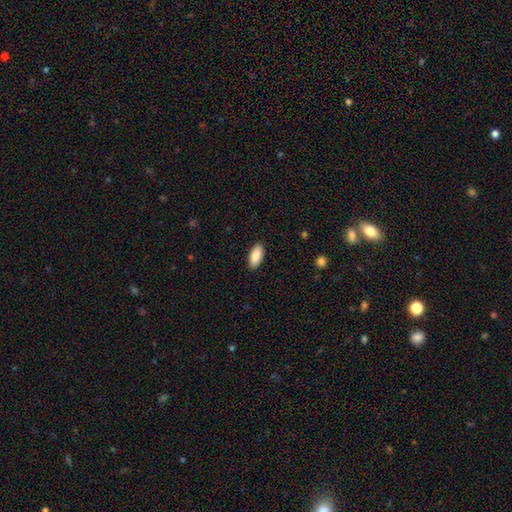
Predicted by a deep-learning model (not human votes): smooth_or_featured: smooth (p=0.90) [alt: star or artifact p=0.06]
how_rounded: in between (p=0.89) [alt: cigar-shaped p=0.09]
merging: none (p=0.90) [alt: minor disturbance p=0.08]